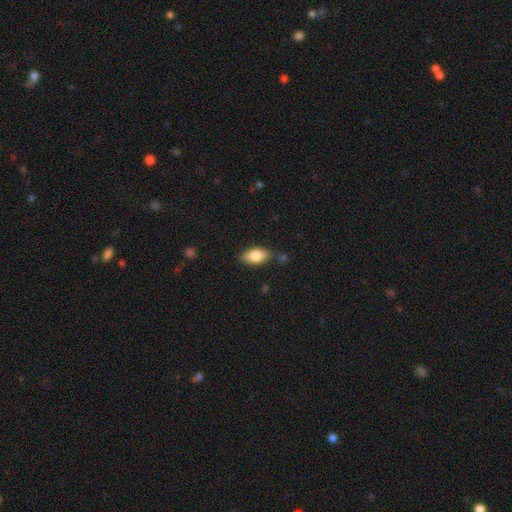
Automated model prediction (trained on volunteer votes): smooth-or-featured: smooth: 81% | featured or disk: 12% | star or artifact: 7%
  how-rounded: in between: 90% | round: 5% | cigar-shaped: 5%
  merging: none: 81% | minor disturbance: 13% | merger: 3% | major disturbance: 3%